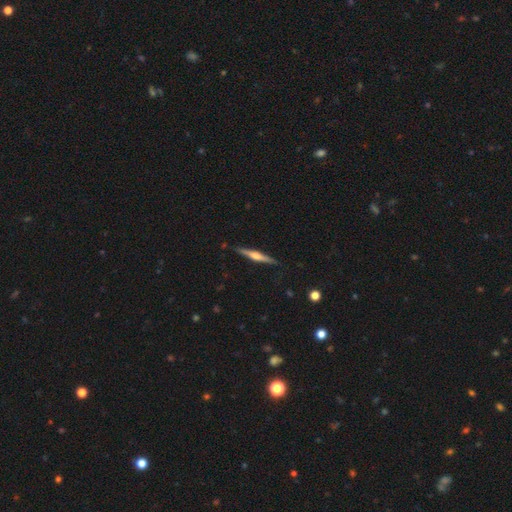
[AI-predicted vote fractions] This appears to be a featured or disk galaxy (67%) viewed edge-on (98%) with a rounded central bulge (82%). Merging: none (89%).